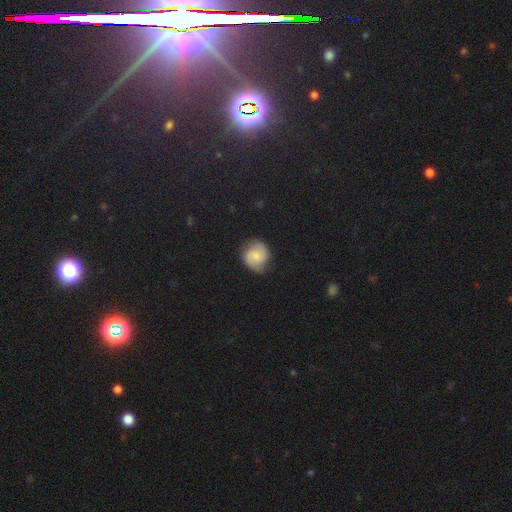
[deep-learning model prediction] smooth-or-featured: featured or disk: 61% | smooth: 31% | star or artifact: 8%
  disk-edge-on: no: 98% | yes: 2%
    bar: no: 51% | weak: 41% | strong: 8%
    has-spiral-arms: yes: 94% | no: 6%
      spiral-winding: medium: 48% | tight: 29% | loose: 23%
      spiral-arm-count: 2: 90% | can't tell: 5% | 1: 2% | 3: 1% | 4: 1% | more than 4: 1%
    bulge-size: small: 50% | moderate: 28% | none: 17% | large: 3% | dominant: 1%
  merging: none: 80% | minor disturbance: 15% | major disturbance: 4% | merger: 1%